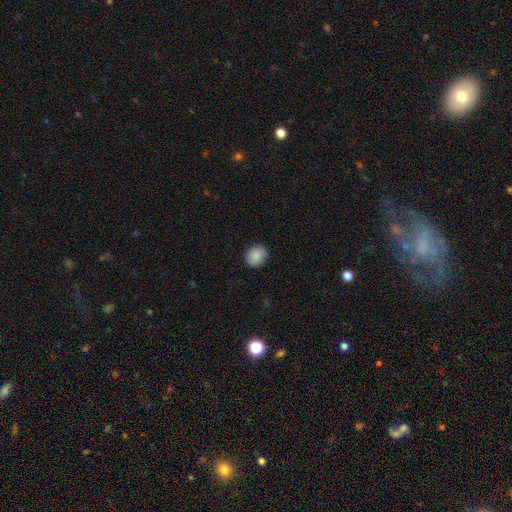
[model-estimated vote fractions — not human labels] Q: Smooth or featured?
A: smooth (89%); runner-up: star or artifact (8%)
Q: How rounded?
A: round (54%); runner-up: in between (45%)
Q: Merging?
A: none (88%); runner-up: minor disturbance (9%)